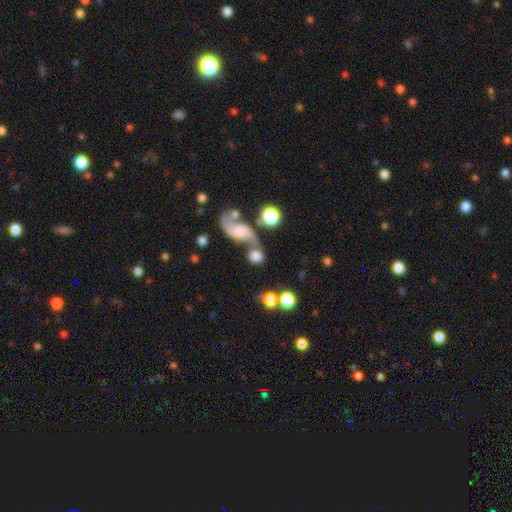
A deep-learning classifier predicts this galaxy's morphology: This appears to be a smooth galaxy with no disk features (57%) that is round (66%). Merging: merger (42%).